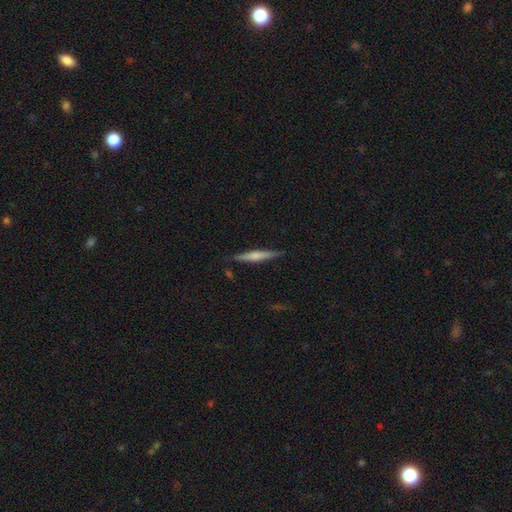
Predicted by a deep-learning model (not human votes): Overall: smooth (48%; featured or disk 46%). Merging: none (85%).